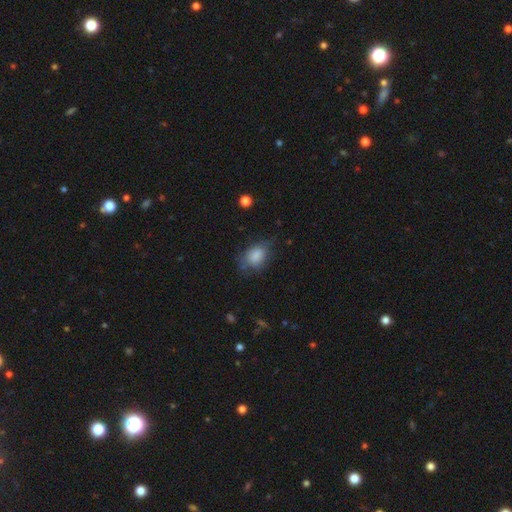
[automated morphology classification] This appears to be a smooth galaxy with no disk features (80%) that is in between round and cigar-shaped (74%). Merging: none (50%).